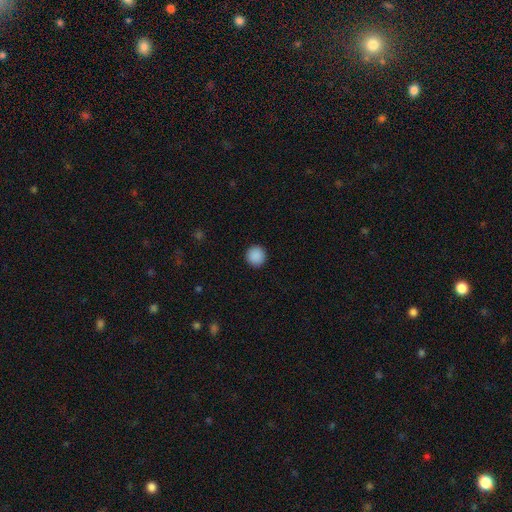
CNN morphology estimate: Smooth or featured? smooth (89%)
How rounded? round (96%)
Merging? none (93%)